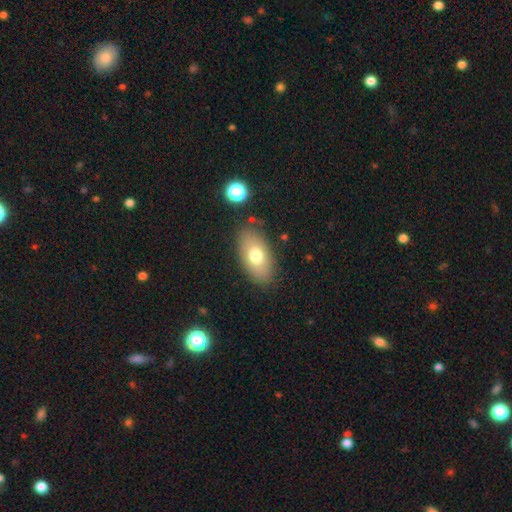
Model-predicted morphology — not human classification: Q: Smooth or featured?
A: smooth (72%); runner-up: featured or disk (19%)
Q: How rounded?
A: in between (91%); runner-up: round (6%)
Q: Merging?
A: none (81%); runner-up: minor disturbance (12%)